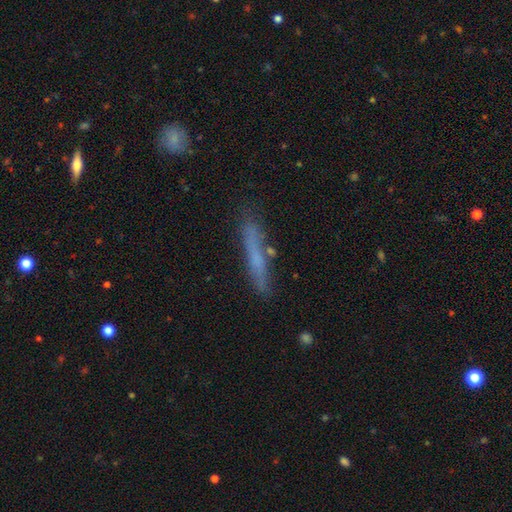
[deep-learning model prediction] A smooth galaxy with no disk features (56%) that is cigar-shaped (93%).

Vote fractions:
- Smooth or featured? smooth: 56% / featured or disk: 35% / star or artifact: 9%
- How rounded? cigar-shaped: 93% / in between: 5% / round: 2%
- Merging? none: 78% / minor disturbance: 15% / merger: 4% / major disturbance: 4%